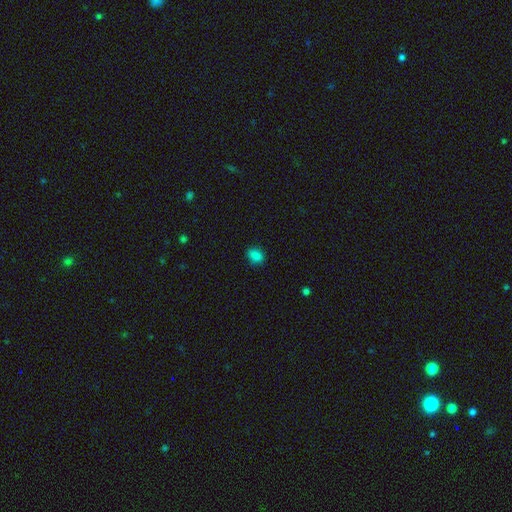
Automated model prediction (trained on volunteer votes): Morphology: type=smooth (83%); roundness=in between (66%); merging=none (79%).